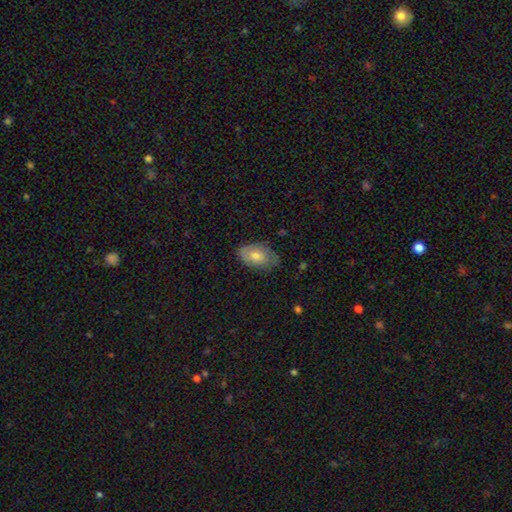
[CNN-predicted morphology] A smooth galaxy with no disk features (62%) that is in between round and cigar-shaped (90%).

Vote fractions:
- Smooth or featured? smooth: 62% / featured or disk: 30% / star or artifact: 8%
- How rounded? in between: 90% / round: 8% / cigar-shaped: 2%
- Merging? none: 72% / minor disturbance: 22% / major disturbance: 4% / merger: 1%